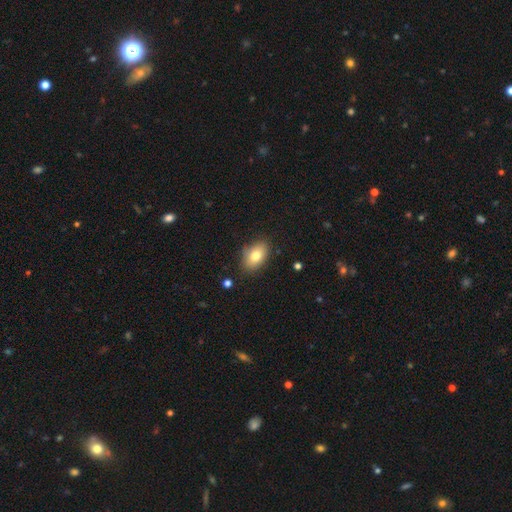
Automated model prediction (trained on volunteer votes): This appears to be a smooth galaxy with no disk features (78%) that is in between round and cigar-shaped (87%). Merging: none (82%).